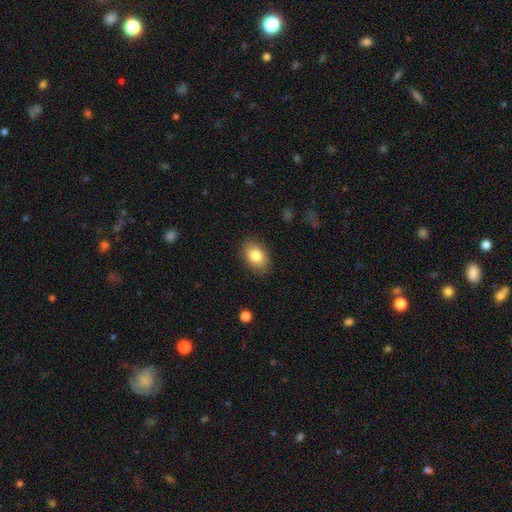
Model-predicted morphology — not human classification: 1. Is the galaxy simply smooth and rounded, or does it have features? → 83% smooth, 10% featured or disk, 8% star or artifact.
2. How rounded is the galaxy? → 84% in between, 15% round, 1% cigar-shaped.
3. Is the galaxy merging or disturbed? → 86% none, 10% minor disturbance, 3% major disturbance, 1% merger.